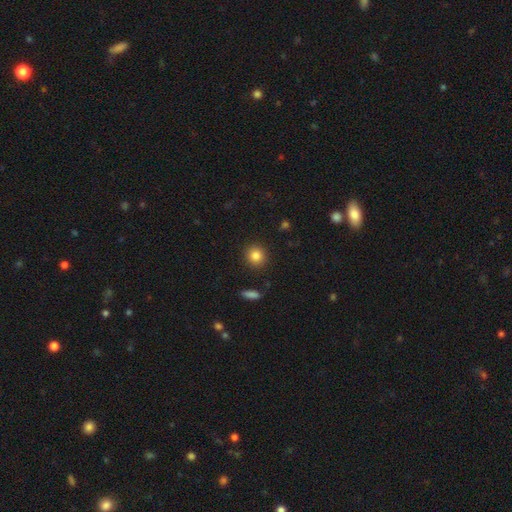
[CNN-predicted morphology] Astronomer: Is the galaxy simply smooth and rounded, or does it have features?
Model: smooth — 84%.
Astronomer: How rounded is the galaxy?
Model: round — 89%.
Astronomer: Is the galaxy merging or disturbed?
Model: none — 90%.